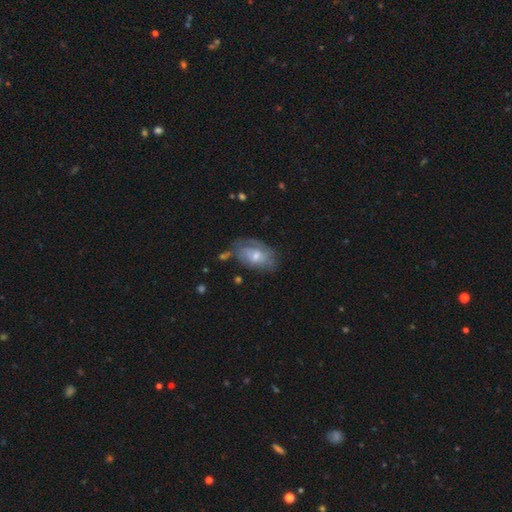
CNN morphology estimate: This is possibly a featured or disk galaxy (55%). It is clearly not viewed edge-on (94%). Bar: likely no (68%). Spiral arm pattern: likely yes (71%). Central bulge: possibly moderate (46%, tied with small). Merging: possibly none (51%).